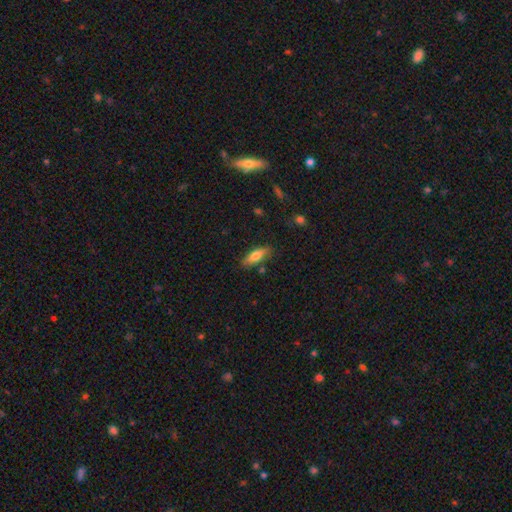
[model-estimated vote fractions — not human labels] This appears to be a smooth galaxy with no disk features (71%) that is in between round and cigar-shaped (54%). Merging: none (78%).